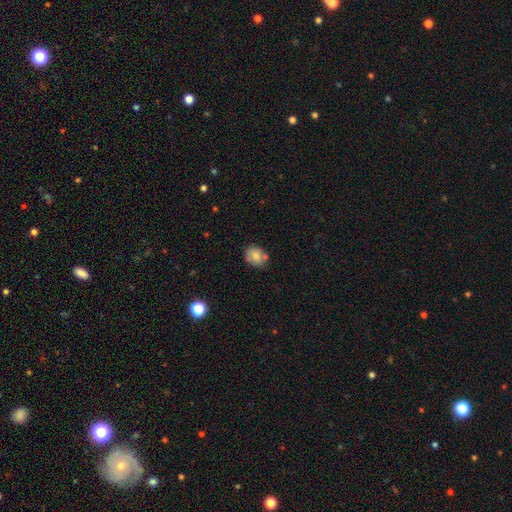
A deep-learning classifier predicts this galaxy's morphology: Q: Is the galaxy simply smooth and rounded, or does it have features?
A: smooth — 76%.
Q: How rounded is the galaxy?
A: round — 52%.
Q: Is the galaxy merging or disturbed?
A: none — 66%.